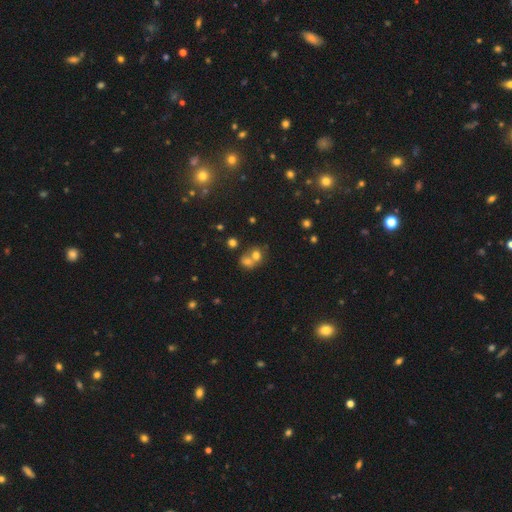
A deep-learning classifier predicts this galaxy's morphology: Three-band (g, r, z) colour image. It shows a smooth galaxy with no disk features (67%) that is round (66%). Merging: merger (63%).